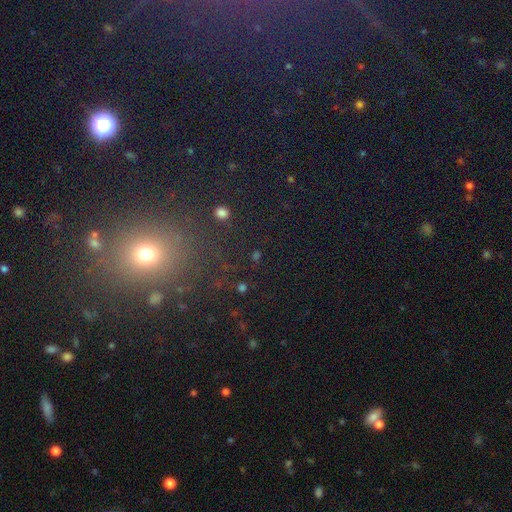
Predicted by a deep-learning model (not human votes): This appears to be a star or artifact, not a galaxy (50%).